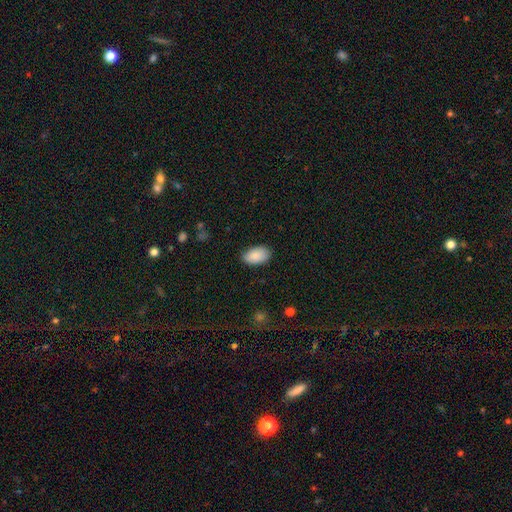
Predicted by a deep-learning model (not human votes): The model was most divided on "merging": none: 85%, minor disturbance: 12%, major disturbance: 2%, merger: 1%. More confident: how rounded — in between (94%); smooth or featured — smooth (89%).